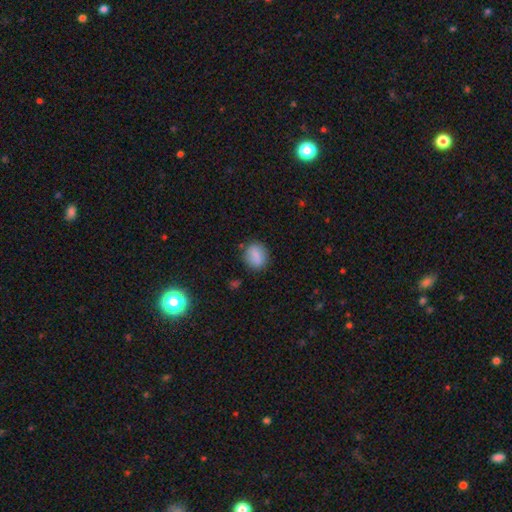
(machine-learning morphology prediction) Overall: smooth (83%). How rounded: round (57%; in between 41%). Merging: none (81%).